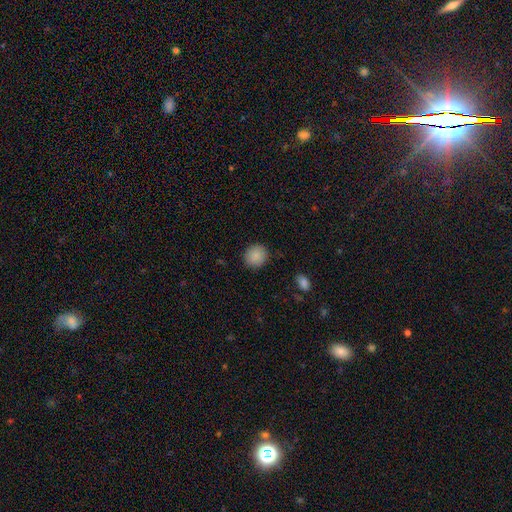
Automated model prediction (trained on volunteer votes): This appears to be a smooth galaxy with no disk features (89%) that is round (85%). Merging: none (90%).